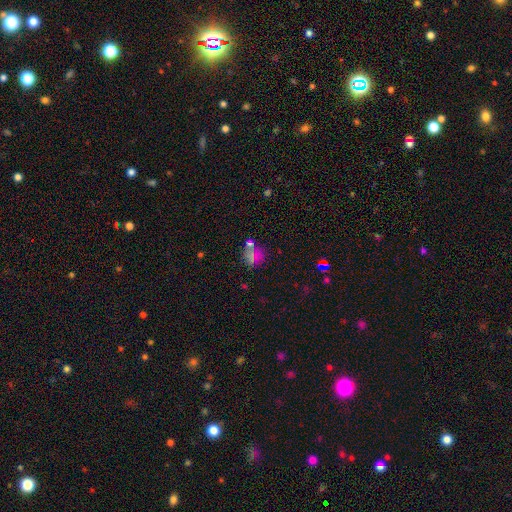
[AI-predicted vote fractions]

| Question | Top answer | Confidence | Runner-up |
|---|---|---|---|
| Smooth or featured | smooth | 56% | star or artifact (33%) |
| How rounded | round | 80% | in between (18%) |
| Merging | none | 71% | minor disturbance (13%) |